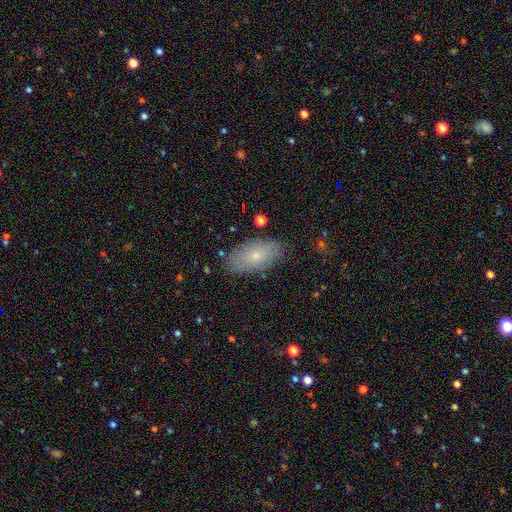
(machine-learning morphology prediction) type=smooth (73%); roundness=in between (92%); merging=none (84%).